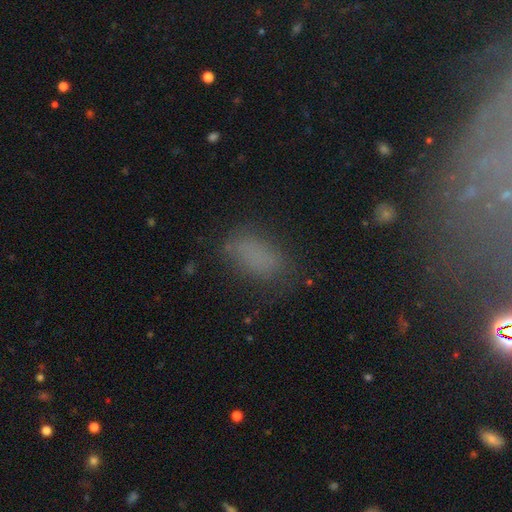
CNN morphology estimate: A smooth galaxy with no disk features (77%) that is in between round and cigar-shaped (89%). Merging: none (68%).